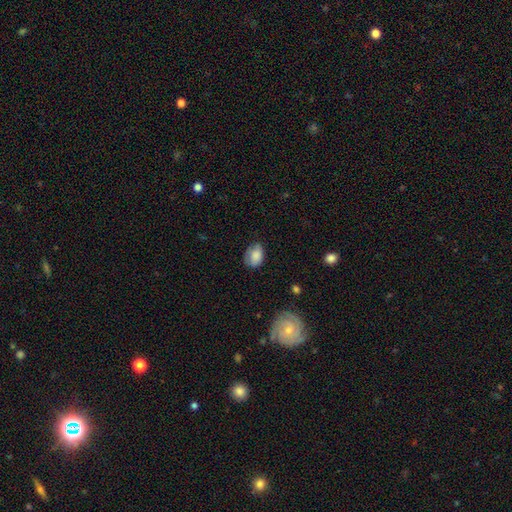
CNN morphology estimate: A smooth galaxy with no disk features (78%) that is in between round and cigar-shaped (78%). Merging: none (59%).